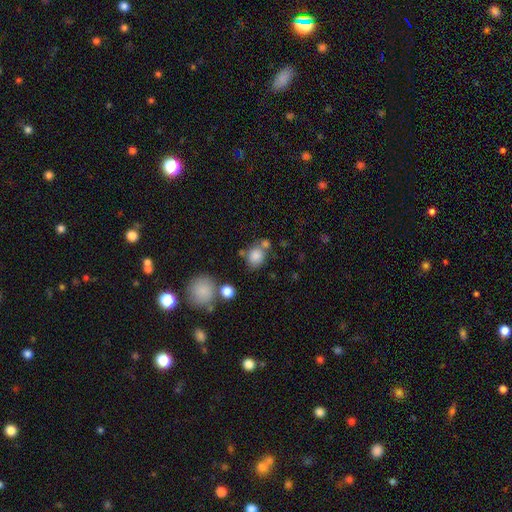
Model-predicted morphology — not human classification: Smooth or featured? smooth (83%)
How rounded? round (68%)
Merging? none (58%)